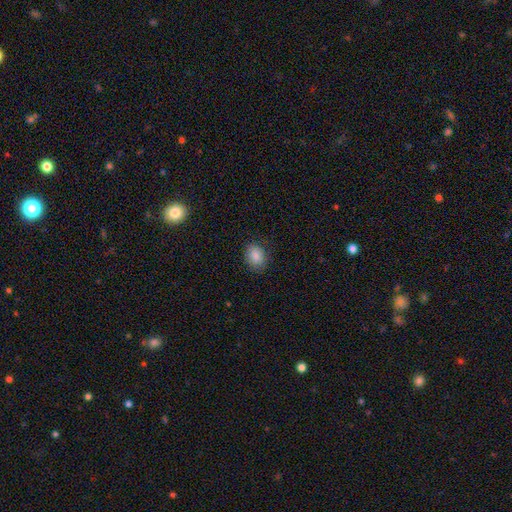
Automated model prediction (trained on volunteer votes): Smooth or featured? Predicted: smooth (p=0.86). How rounded? Predicted: in between (p=0.60). Merging? Predicted: none (p=0.82).